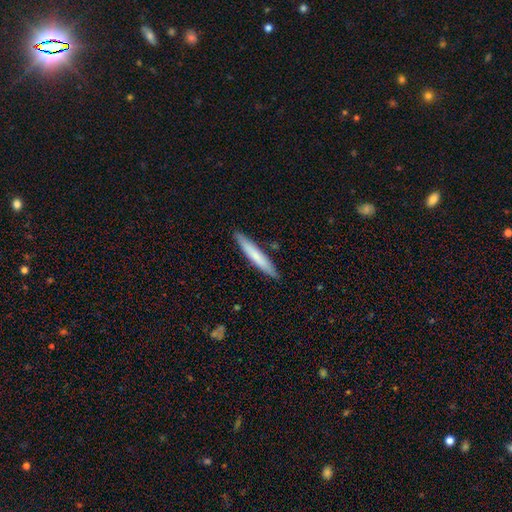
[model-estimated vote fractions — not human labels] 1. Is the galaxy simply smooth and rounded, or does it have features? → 70% smooth, 25% featured or disk, 5% star or artifact.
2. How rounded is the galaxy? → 94% cigar-shaped, 5% in between, 1% round.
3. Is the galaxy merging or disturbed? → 89% none, 8% minor disturbance, 2% merger, 1% major disturbance.